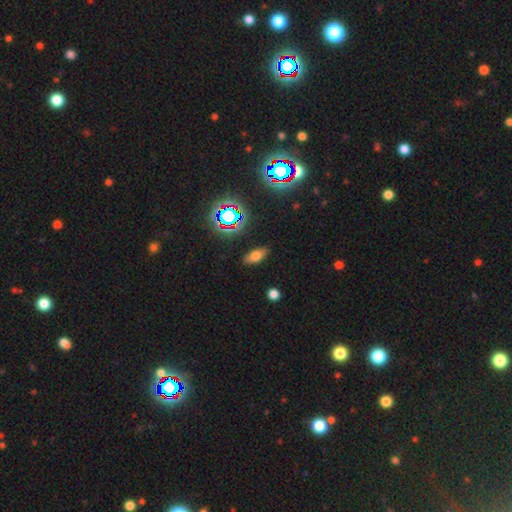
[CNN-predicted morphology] Smooth or featured? smooth (66%)
How rounded? in between (82%)
Merging? none (86%)